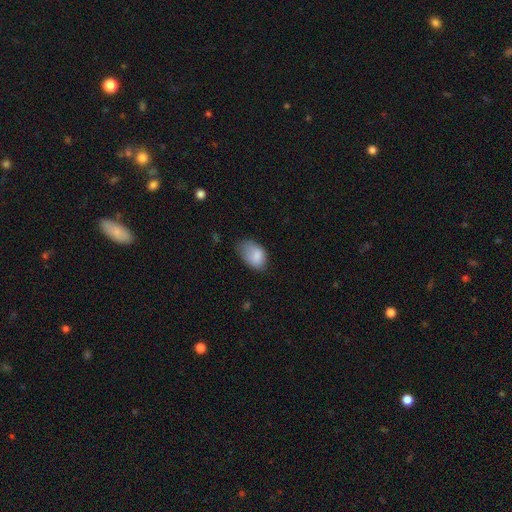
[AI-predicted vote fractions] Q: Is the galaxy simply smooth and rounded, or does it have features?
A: smooth — 83%.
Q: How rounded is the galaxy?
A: in between — 88%.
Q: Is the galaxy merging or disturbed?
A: none — 44%.